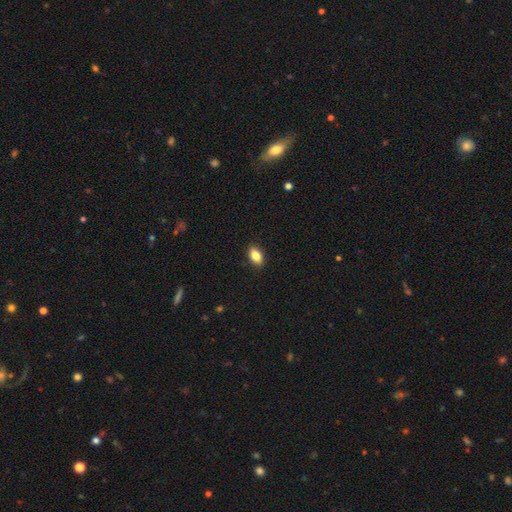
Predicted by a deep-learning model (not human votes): smooth_or_featured: smooth (p=0.84) [alt: star or artifact p=0.08]
how_rounded: in between (p=0.88) [alt: round p=0.07]
merging: none (p=0.89) [alt: minor disturbance p=0.08]